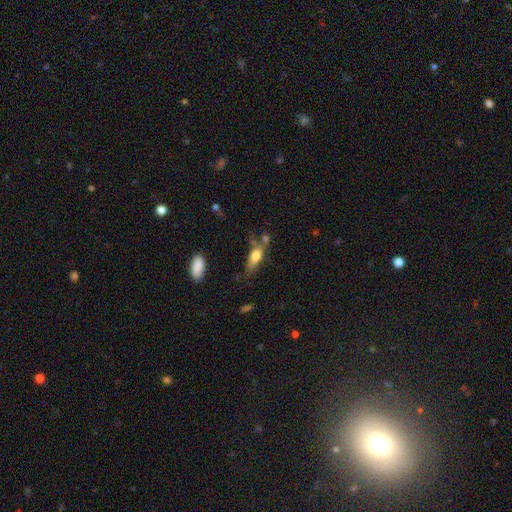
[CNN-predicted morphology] Smooth or featured?
  - smooth: 67% *
  - featured or disk: 25%
  - star or artifact: 8%
How rounded?
  - in between: 59% *
  - cigar-shaped: 36%
  - round: 4%
Merging?
  - none: 48% *
  - minor disturbance: 26%
  - merger: 14%
  - major disturbance: 13%